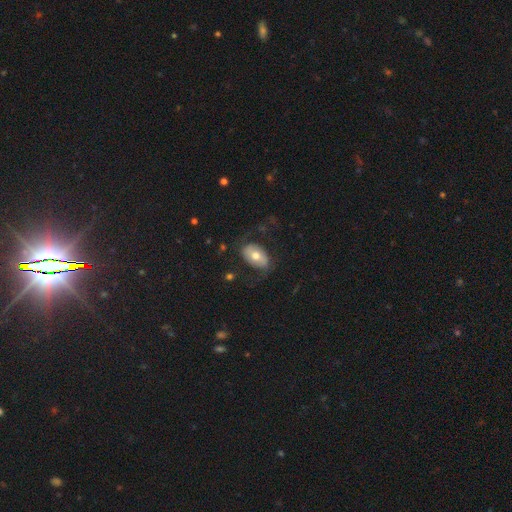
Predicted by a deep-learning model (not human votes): Morphology: type=smooth (54%); roundness=in between (89%); merging=none (67%).